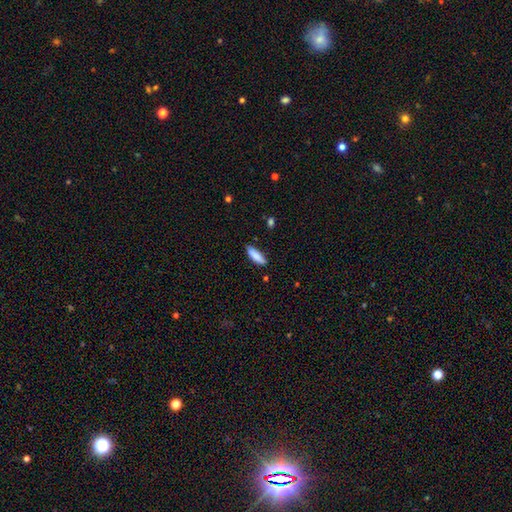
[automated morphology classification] This is clearly a smooth galaxy (85%). How rounded: possibly cigar-shaped (56%). Merging: clearly none (83%).